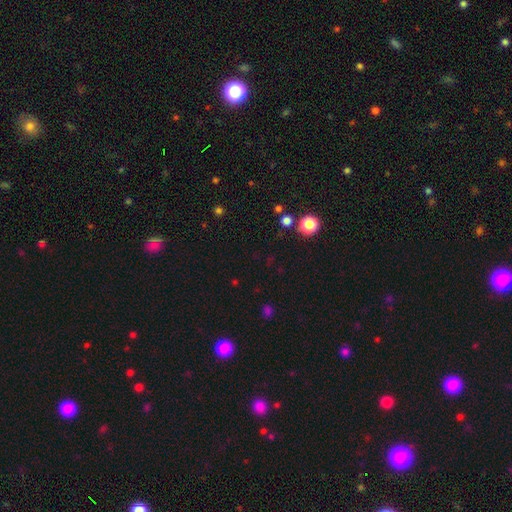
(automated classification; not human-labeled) smooth-or-featured: star or artifact: 56% | smooth: 37% | featured or disk: 7%